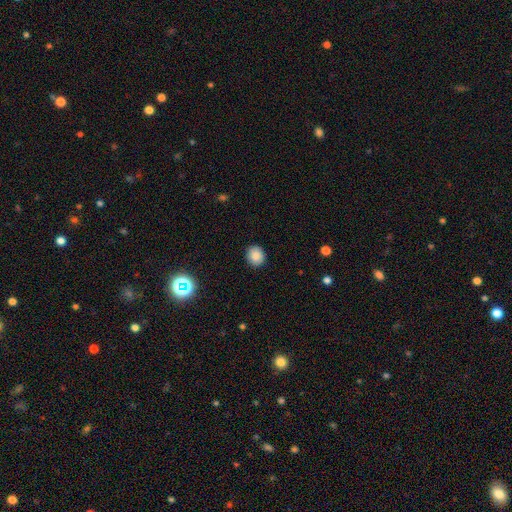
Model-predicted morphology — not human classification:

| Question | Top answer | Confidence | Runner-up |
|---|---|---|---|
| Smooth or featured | smooth | 85% | star or artifact (10%) |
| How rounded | round | 81% | in between (18%) |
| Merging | none | 90% | minor disturbance (7%) |